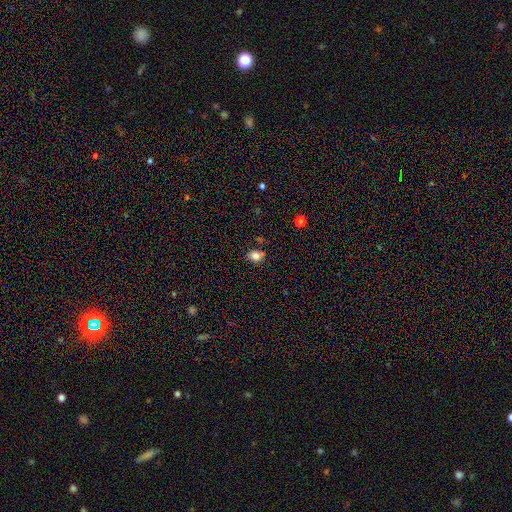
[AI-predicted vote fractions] Smooth or featured? smooth (81%)
How rounded? round (51%)
Merging? none (72%)